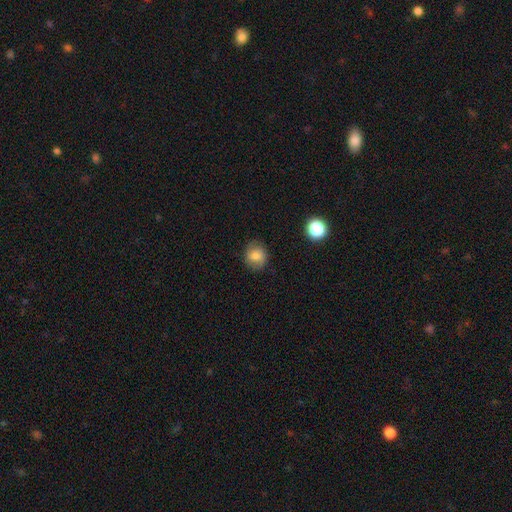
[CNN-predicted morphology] A smooth galaxy with no disk features (78%) that is round (72%). Merging: none (80%).